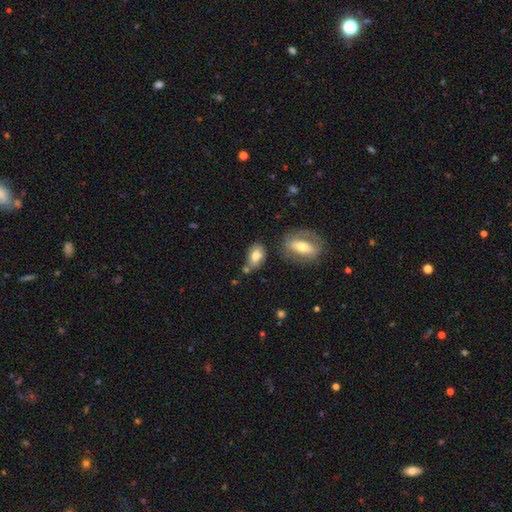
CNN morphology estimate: This appears to be a smooth galaxy with no disk features (72%) that is in between round and cigar-shaped (87%). Merging: none (56%).